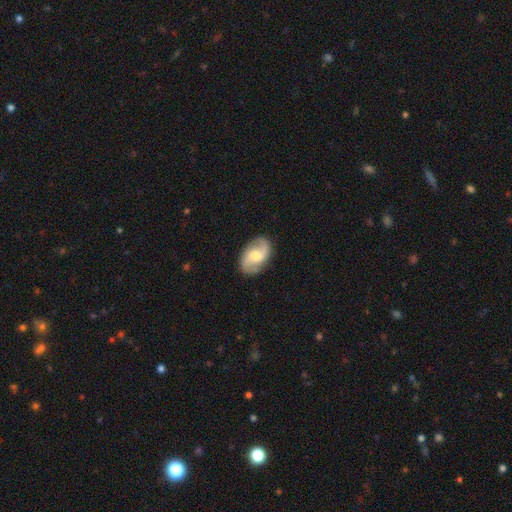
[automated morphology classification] This is likely a featured or disk galaxy (78%). It is clearly not viewed edge-on (97%). Bar: possibly weak (46%). Spiral arm pattern: clearly yes (94%). Spiral arm count: clearly 2 (92%). Spiral winding: marginally loose (44%). Central bulge: possibly moderate (58%). Merging: clearly none (84%).